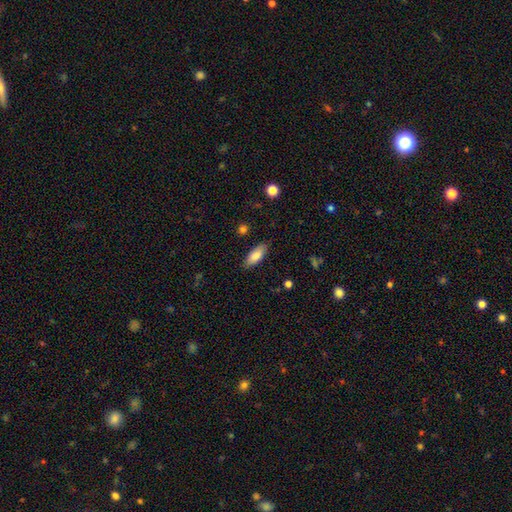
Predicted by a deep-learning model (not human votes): smooth-or-featured: smooth: 83% | featured or disk: 11% | star or artifact: 6%
  how-rounded: in between: 76% | cigar-shaped: 22% | round: 2%
  merging: none: 86% | minor disturbance: 11% | major disturbance: 2% | merger: 1%